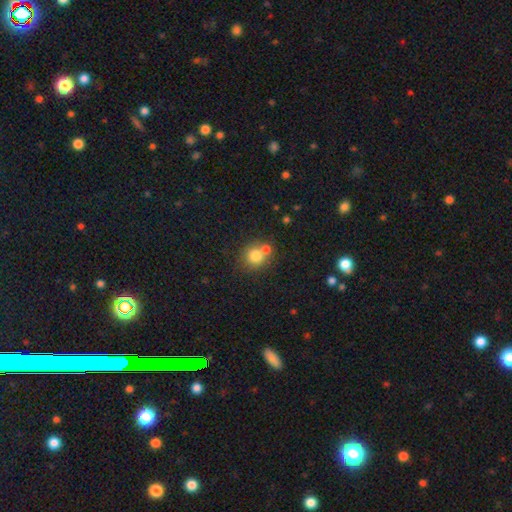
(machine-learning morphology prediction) A smooth galaxy with no disk features (79%) that is round (87%).

Vote fractions:
- Smooth or featured? smooth: 79% / star or artifact: 11% / featured or disk: 10%
- How rounded? round: 87% / in between: 12% / cigar-shaped: 1%
- Merging? none: 54% / merger: 35% / minor disturbance: 8% / major disturbance: 3%